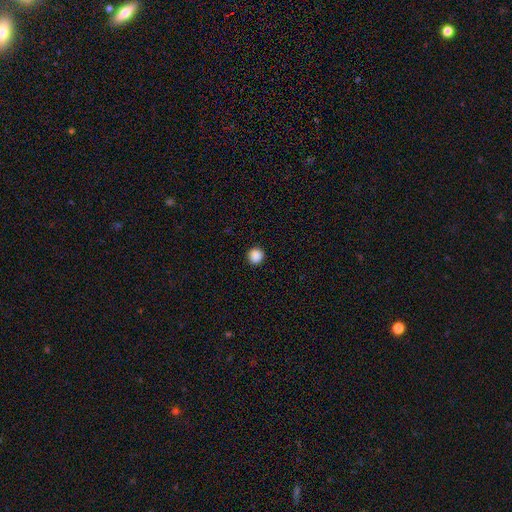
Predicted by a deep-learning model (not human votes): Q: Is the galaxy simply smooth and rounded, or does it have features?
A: smooth — 89%.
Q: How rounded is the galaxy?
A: round — 94%.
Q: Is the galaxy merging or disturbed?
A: none — 93%.